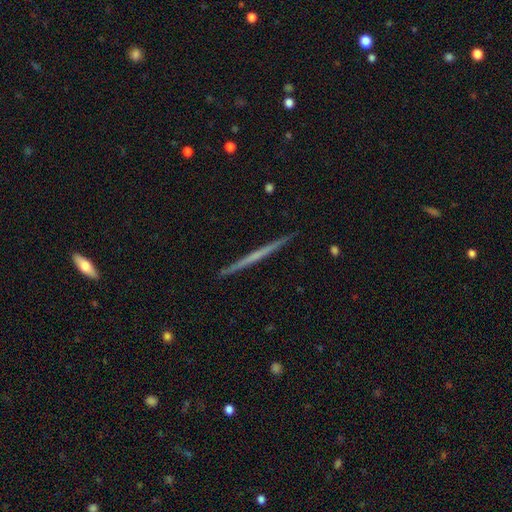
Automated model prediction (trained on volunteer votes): Smooth or featured?
  - featured or disk: 59% *
  - smooth: 35%
  - star or artifact: 5%
Edge-on disk?
  - yes: 98% *
  - no: 2%
Edge-on bulge?
  - none: 89% *
  - rounded: 8%
  - boxy: 3%
Merging?
  - none: 93% *
  - minor disturbance: 5%
  - major disturbance: 1%
  - merger: 1%